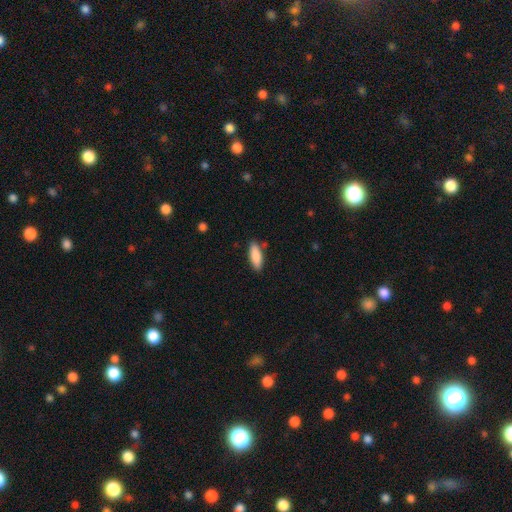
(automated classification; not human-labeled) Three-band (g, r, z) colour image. It shows a smooth galaxy with no disk features (87%) that is in between round and cigar-shaped (64%). Merging: none (82%).